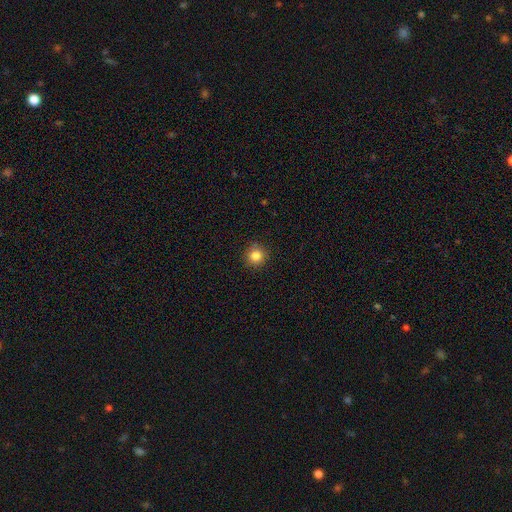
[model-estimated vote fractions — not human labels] smooth-or-featured: smooth: 84% | star or artifact: 11% | featured or disk: 5%
  how-rounded: round: 94% | in between: 5% | cigar-shaped: 1%
  merging: none: 91% | minor disturbance: 6% | major disturbance: 2% | merger: 1%